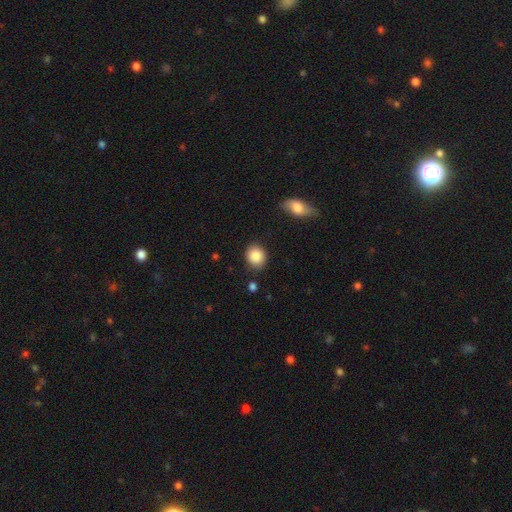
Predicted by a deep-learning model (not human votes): Q: Smooth or featured?
A: smooth (87%); runner-up: star or artifact (8%)
Q: How rounded?
A: round (67%); runner-up: in between (32%)
Q: Merging?
A: none (84%); runner-up: minor disturbance (11%)